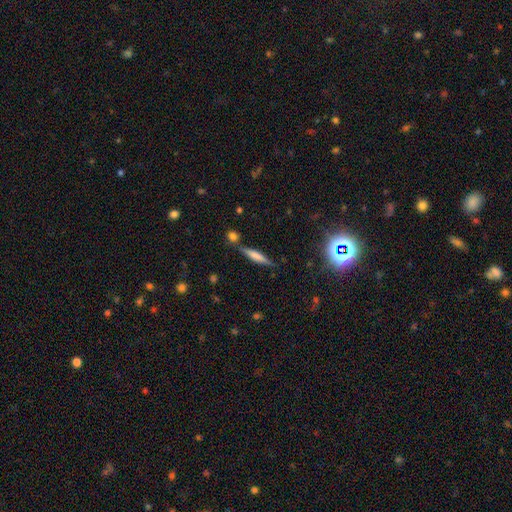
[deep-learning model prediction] Smooth or featured?
  - smooth: 55% *
  - featured or disk: 37%
  - star or artifact: 9%
How rounded?
  - cigar-shaped: 87% *
  - in between: 11%
  - round: 2%
Merging?
  - none: 77% *
  - minor disturbance: 12%
  - merger: 8%
  - major disturbance: 3%